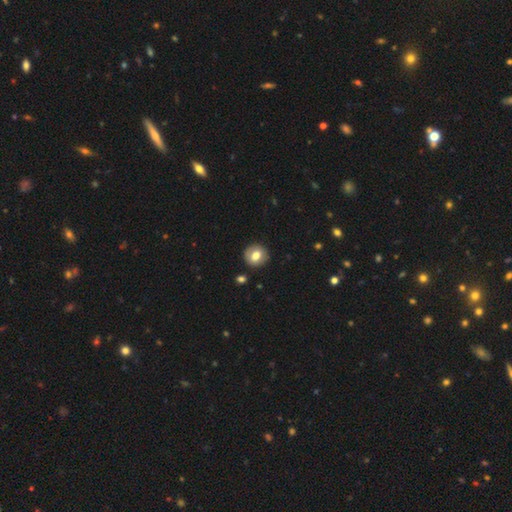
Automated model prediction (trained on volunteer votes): Overall: smooth (71%). How rounded: round (85%). Merging: none (88%).